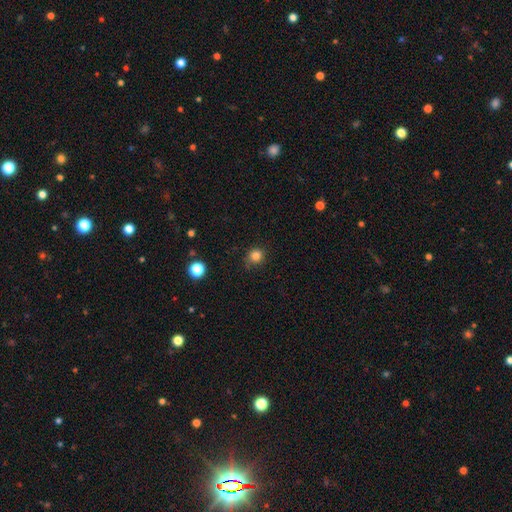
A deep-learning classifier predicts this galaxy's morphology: smooth-or-featured: smooth: 83% | star or artifact: 13% | featured or disk: 5%
  how-rounded: round: 84% | in between: 15% | cigar-shaped: 1%
  merging: none: 76% | minor disturbance: 18% | major disturbance: 4% | merger: 1%